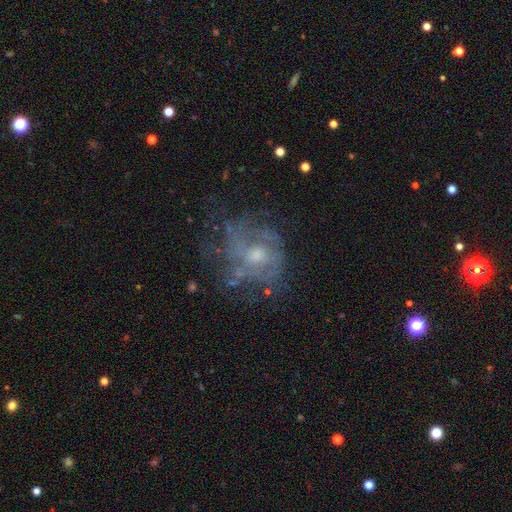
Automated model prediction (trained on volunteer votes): smooth_or_featured: featured or disk (p=0.70) [alt: smooth p=0.19]
disk_edge_on: no (p=0.97) [alt: yes p=0.03]
bar: no (p=0.80) [alt: weak p=0.18]
has_spiral_arms: yes (p=0.58) [alt: no p=0.42]
bulge_size: moderate (p=0.58) [alt: small p=0.31]
merging: none (p=0.55) [alt: major disturbance p=0.22]